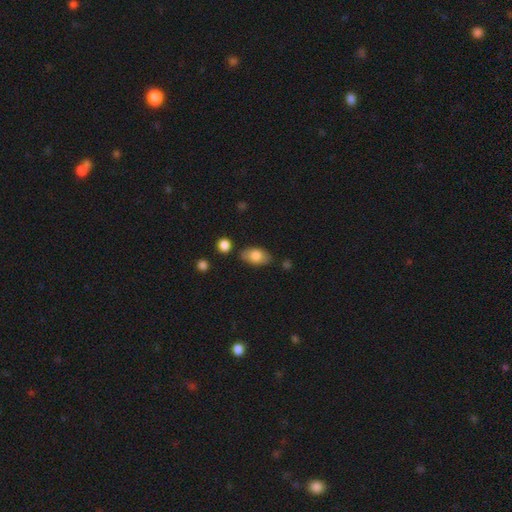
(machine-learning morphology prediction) Smooth or featured? smooth (79%)
How rounded? in between (91%)
Merging? none (79%)